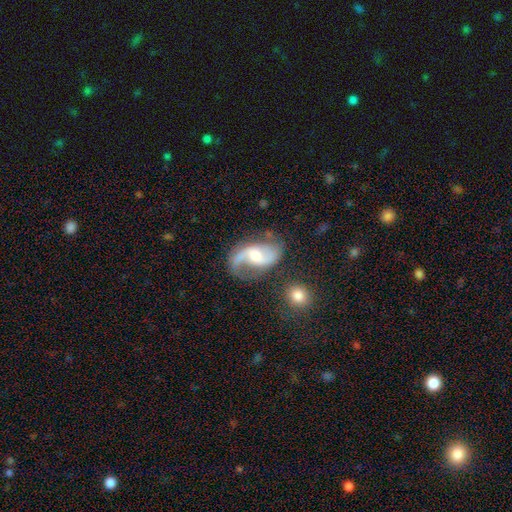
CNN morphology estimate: The model was most divided on "bar": weak: 45%, no: 40%, strong: 15%. More confident: edge-on disk — no (97%); spiral arms — yes (96%); smooth or featured — featured or disk (87%); spiral arm count — 2 (84%); merging — none (62%); spiral winding — loose (58%); bulge size — moderate (58%).